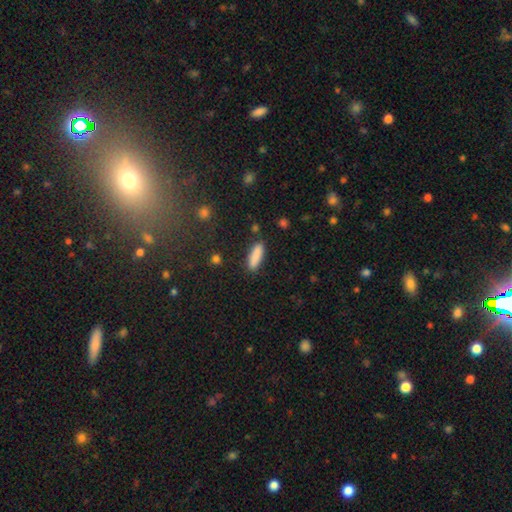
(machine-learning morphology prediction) A smooth galaxy with no disk features (88%) that is cigar-shaped (53%). Merging: none (86%).